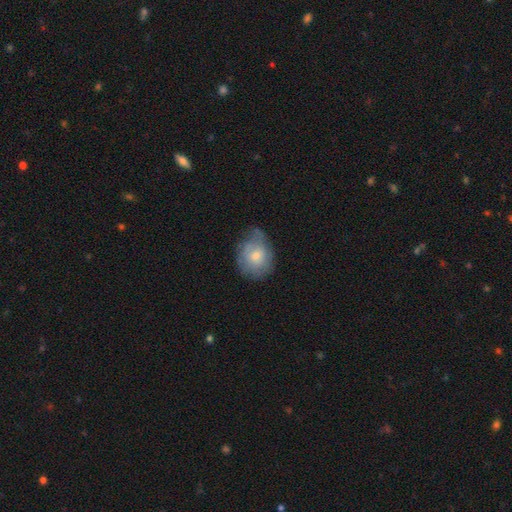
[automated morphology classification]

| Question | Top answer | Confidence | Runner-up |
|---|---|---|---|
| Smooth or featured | smooth | 63% | featured or disk (30%) |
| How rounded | round | 50% | in between (49%) |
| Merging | none | 53% | minor disturbance (35%) |